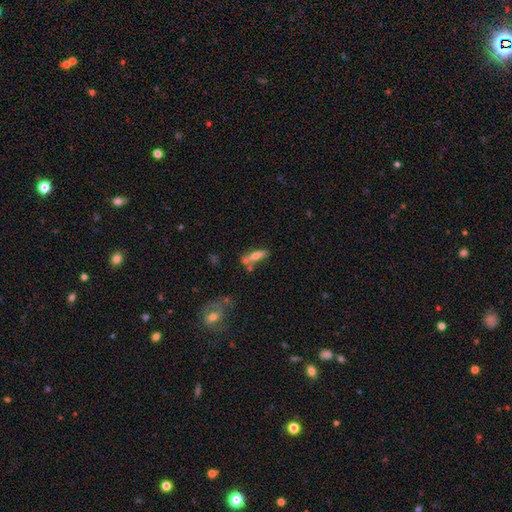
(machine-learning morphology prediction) Smooth or featured? smooth (61%)
How rounded? cigar-shaped (56%)
Merging? none (51%)